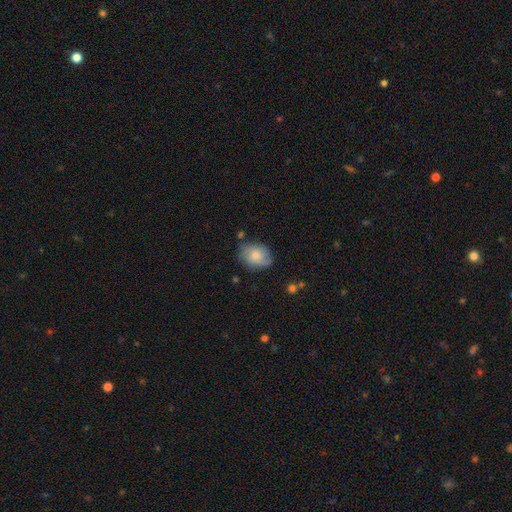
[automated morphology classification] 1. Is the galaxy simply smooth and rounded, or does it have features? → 71% smooth, 22% featured or disk, 7% star or artifact.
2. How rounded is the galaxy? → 69% in between, 30% round, 1% cigar-shaped.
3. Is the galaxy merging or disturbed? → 69% none, 23% minor disturbance, 5% major disturbance, 3% merger.